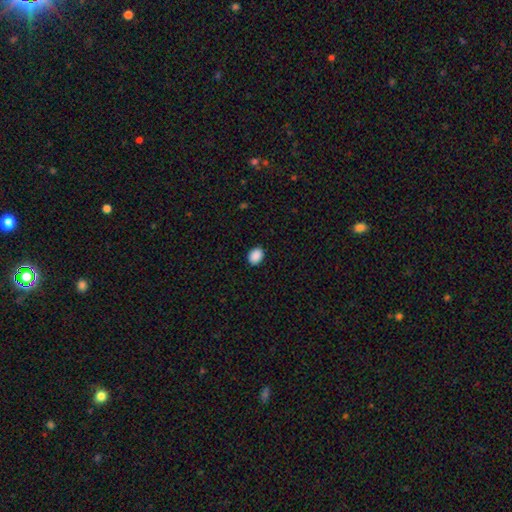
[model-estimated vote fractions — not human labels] Q: Smooth or featured?
A: smooth (90%); runner-up: star or artifact (8%)
Q: How rounded?
A: in between (67%); runner-up: round (32%)
Q: Merging?
A: none (90%); runner-up: minor disturbance (7%)